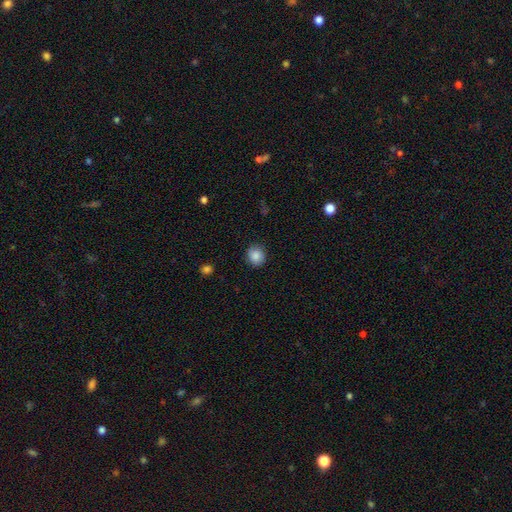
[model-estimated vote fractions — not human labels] Smooth or featured?
  - smooth: 87% *
  - star or artifact: 9%
  - featured or disk: 4%
How rounded?
  - round: 84% *
  - in between: 16%
  - cigar-shaped: 1%
Merging?
  - none: 88% *
  - minor disturbance: 9%
  - major disturbance: 2%
  - merger: 1%